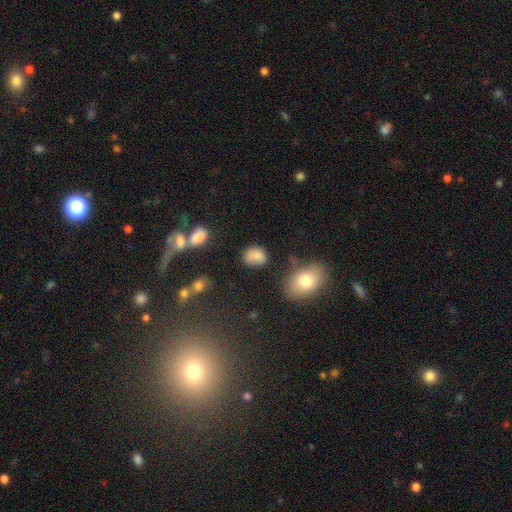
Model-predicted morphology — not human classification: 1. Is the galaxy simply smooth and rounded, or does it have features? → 83% smooth, 10% star or artifact, 6% featured or disk.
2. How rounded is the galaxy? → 61% in between, 37% round, 1% cigar-shaped.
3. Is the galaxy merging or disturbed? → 67% none, 21% minor disturbance, 7% major disturbance, 5% merger.